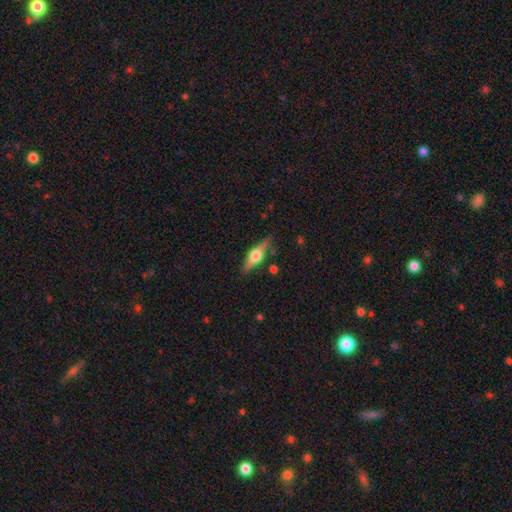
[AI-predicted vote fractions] This is likely a featured or disk galaxy (64%). It is clearly viewed edge-on (95%). Edge-on bulge: clearly rounded (94%). Merging: clearly none (82%).